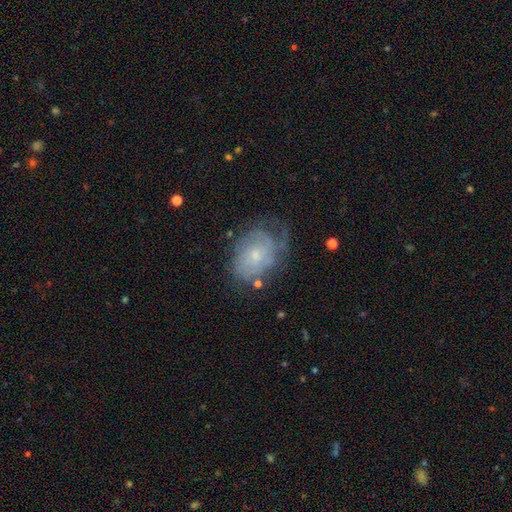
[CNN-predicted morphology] Overall: featured or disk (61%; smooth 30%). Edge-on disk: no (96%). Bar: no (79%). Spiral arms: yes (75%). Bulge size: small (65%; moderate 28%). Merging: none (54%; minor disturbance 27%).